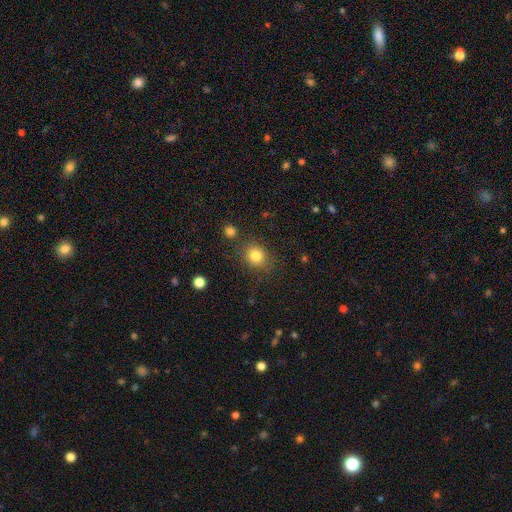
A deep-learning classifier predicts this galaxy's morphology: smooth 81%, star or artifact 12%, featured or disk 7%. Down the decision tree: how rounded — round (70%); merging — none (81%).